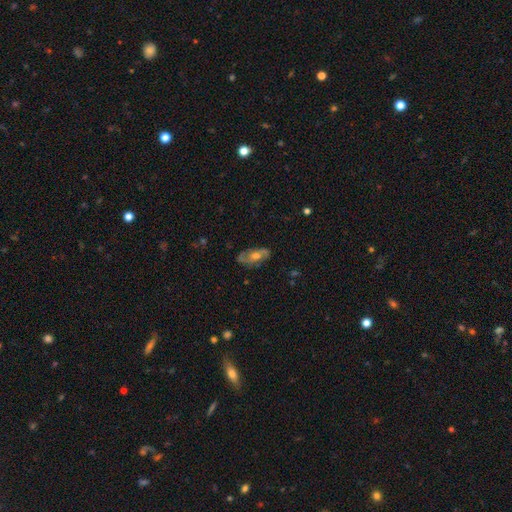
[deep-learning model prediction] featured or disk 62%, smooth 30%, star or artifact 7%. Down the decision tree: edge-on disk — no (89%); bar — no (71%); spiral arms — yes (70%); bulge size — moderate (62%); merging — none (74%).